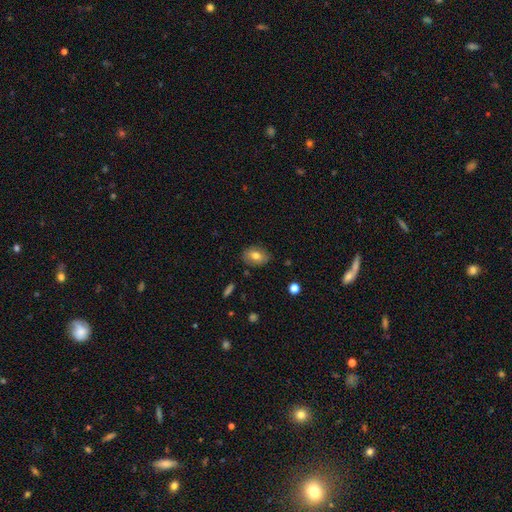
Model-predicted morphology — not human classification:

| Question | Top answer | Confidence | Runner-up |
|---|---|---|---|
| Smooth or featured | smooth | 73% | featured or disk (18%) |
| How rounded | in between | 74% | round (24%) |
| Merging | none | 81% | minor disturbance (14%) |